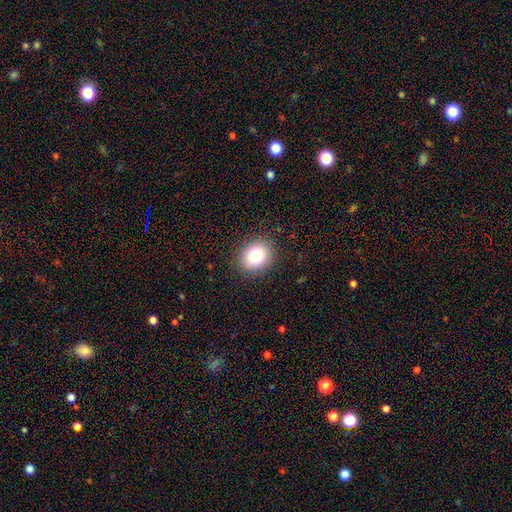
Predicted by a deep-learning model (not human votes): smooth-or-featured: smooth: 81% | star or artifact: 10% | featured or disk: 9%
  how-rounded: round: 57% | in between: 42% | cigar-shaped: 1%
  merging: none: 88% | minor disturbance: 8% | major disturbance: 3% | merger: 1%